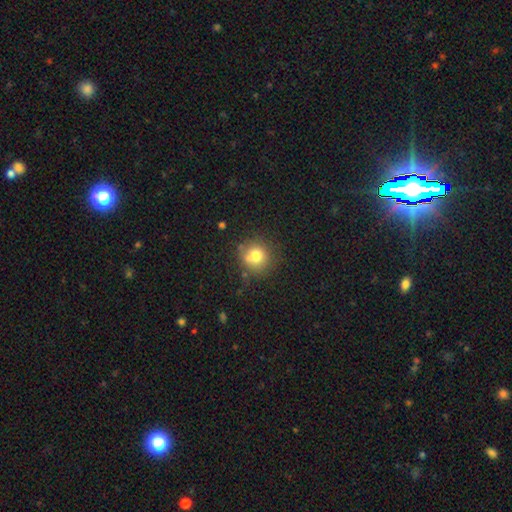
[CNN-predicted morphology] This is likely a smooth galaxy (75%). How rounded: clearly round (89%). Merging: likely none (71%).